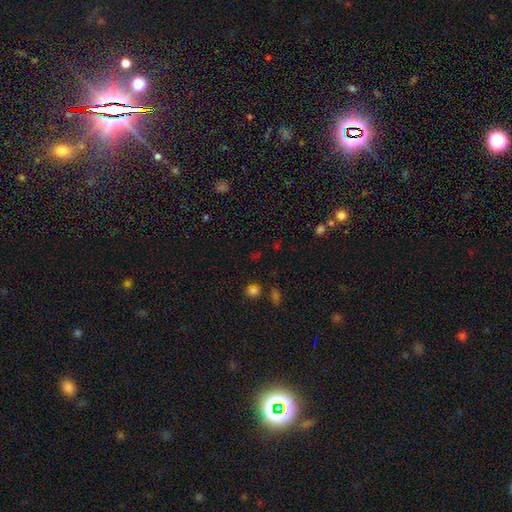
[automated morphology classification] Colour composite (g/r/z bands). It shows a smooth galaxy with no disk features (48%). Merging: none (75%).